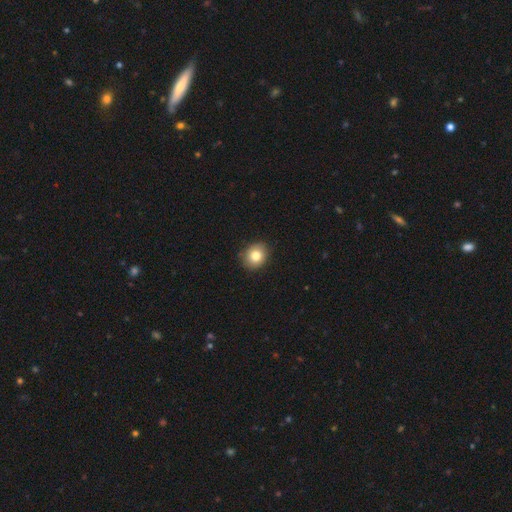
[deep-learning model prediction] Smooth or featured? Predicted: smooth (p=0.82). How rounded? Predicted: round (p=0.69). Merging? Predicted: none (p=0.86).